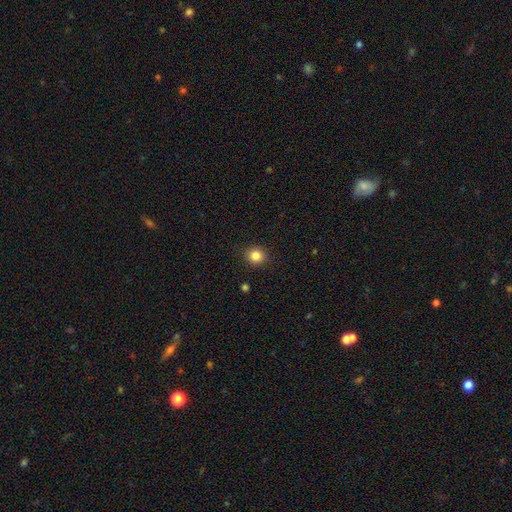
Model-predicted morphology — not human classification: smooth 84%, star or artifact 11%, featured or disk 4%. Down the decision tree: how rounded — round (88%); merging — none (90%).